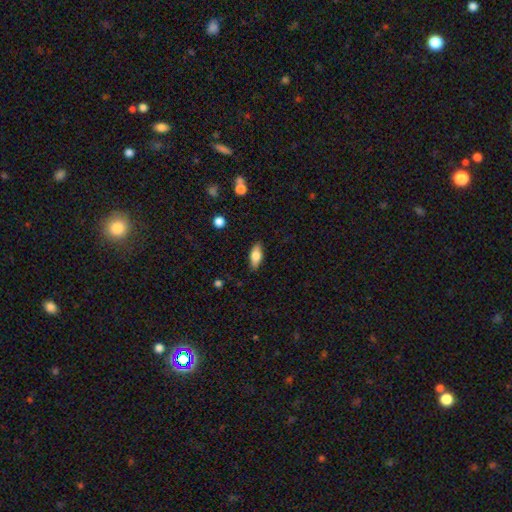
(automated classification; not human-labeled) smooth 73%, featured or disk 20%, star or artifact 7%. Down the decision tree: how rounded — in between (82%); merging — none (87%).